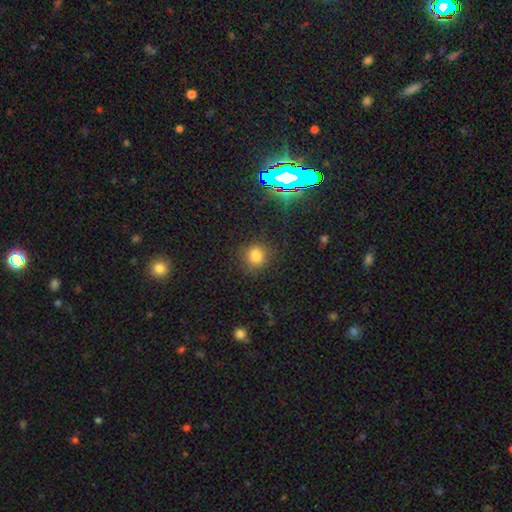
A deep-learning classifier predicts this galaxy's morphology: Smooth or featured? Predicted: smooth (p=0.75). How rounded? Predicted: round (p=0.86). Merging? Predicted: none (p=0.84).